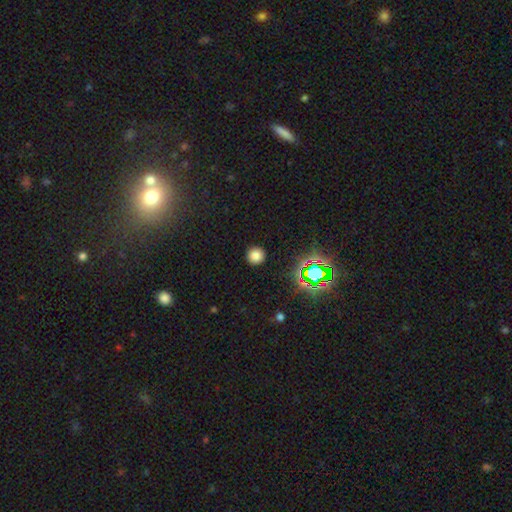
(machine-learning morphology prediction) A smooth galaxy with no disk features (77%) that is round (95%).

Vote fractions:
- Smooth or featured? smooth: 77% / star or artifact: 18% / featured or disk: 5%
- How rounded? round: 95% / in between: 4% / cigar-shaped: 1%
- Merging? none: 91% / minor disturbance: 6% / major disturbance: 2% / merger: 1%